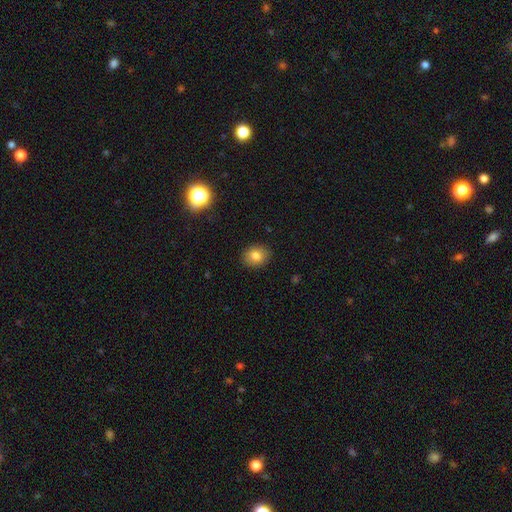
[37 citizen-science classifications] smooth-or-featured: smooth: 89% | featured or disk: 8% | star or artifact: 3%
  how-rounded: in between: 58% | round: 42% | cigar-shaped: 0%
  merging: none: 97% | minor disturbance: 3% | major disturbance: 0% | merger: 0%